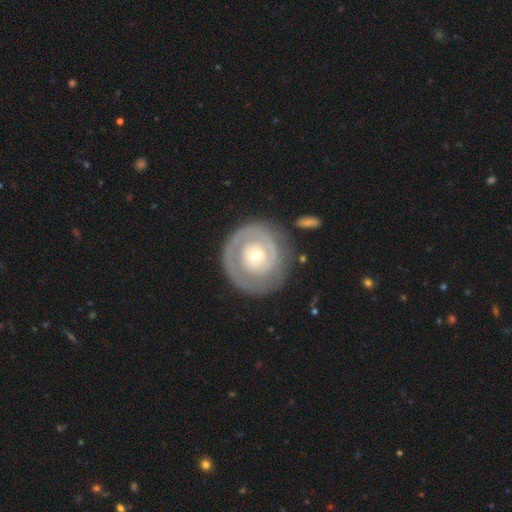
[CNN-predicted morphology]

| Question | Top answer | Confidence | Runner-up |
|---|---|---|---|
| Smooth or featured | featured or disk | 71% | smooth (24%) |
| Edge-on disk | no | 97% | yes (3%) |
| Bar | no | 82% | weak (14%) |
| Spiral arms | yes | 58% | no (42%) |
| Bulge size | small | 58% | moderate (35%) |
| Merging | none | 74% | minor disturbance (15%) |